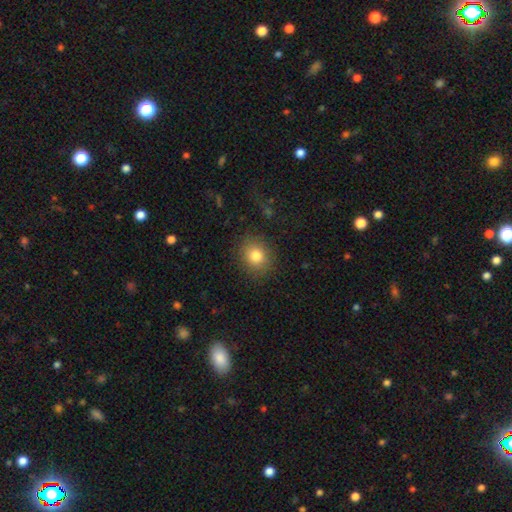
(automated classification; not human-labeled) The model was most divided on "how rounded": round: 73%, in between: 26%, cigar-shaped: 1%. More confident: merging — none (85%); smooth or featured — smooth (81%).